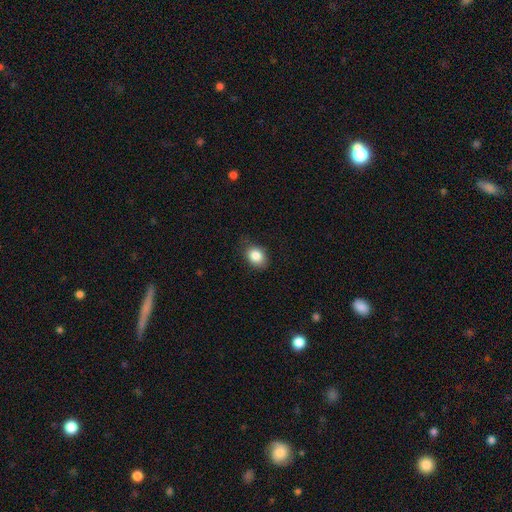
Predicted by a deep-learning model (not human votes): A smooth galaxy with no disk features (85%) that is in between round and cigar-shaped (64%).

Vote fractions:
- Smooth or featured? smooth: 85% / star or artifact: 9% / featured or disk: 6%
- How rounded? in between: 64% / round: 35% / cigar-shaped: 1%
- Merging? none: 80% / minor disturbance: 16% / major disturbance: 3% / merger: 1%